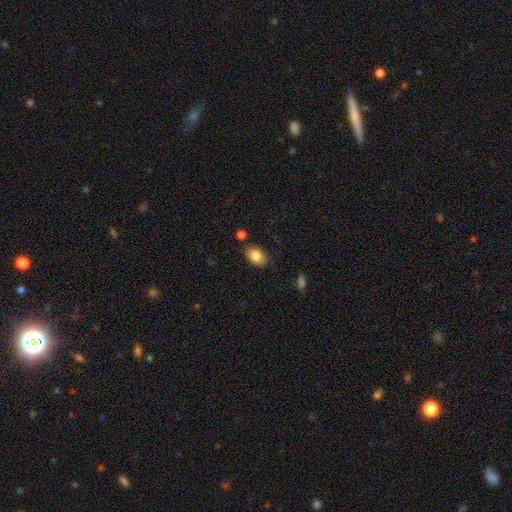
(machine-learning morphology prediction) A smooth galaxy with no disk features (83%) that is in between round and cigar-shaped (85%).

Vote fractions:
- Smooth or featured? smooth: 83% / featured or disk: 9% / star or artifact: 8%
- How rounded? in between: 85% / round: 13% / cigar-shaped: 1%
- Merging? none: 84% / minor disturbance: 11% / merger: 3% / major disturbance: 2%